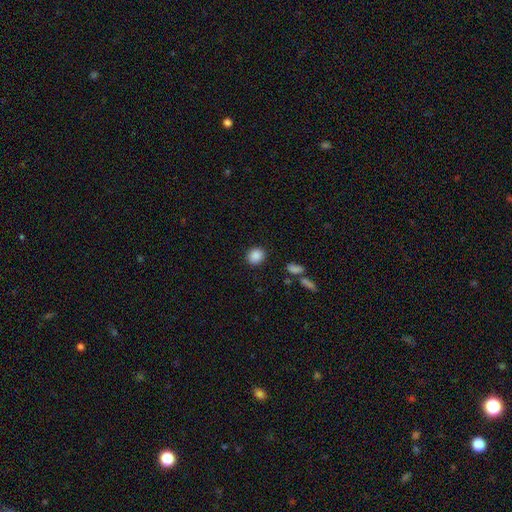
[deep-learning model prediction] The model was most divided on "how rounded": round: 76%, in between: 23%, cigar-shaped: 1%. More confident: merging — none (89%); smooth or featured — smooth (87%).